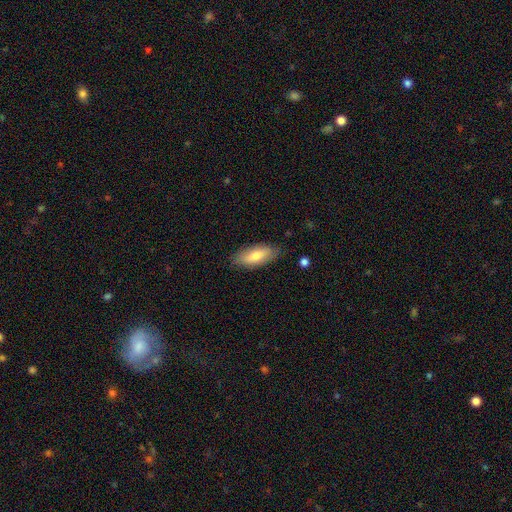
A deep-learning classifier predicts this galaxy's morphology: This appears to be a smooth galaxy with no disk features (71%) that is in between round and cigar-shaped (77%). Merging: none (83%).